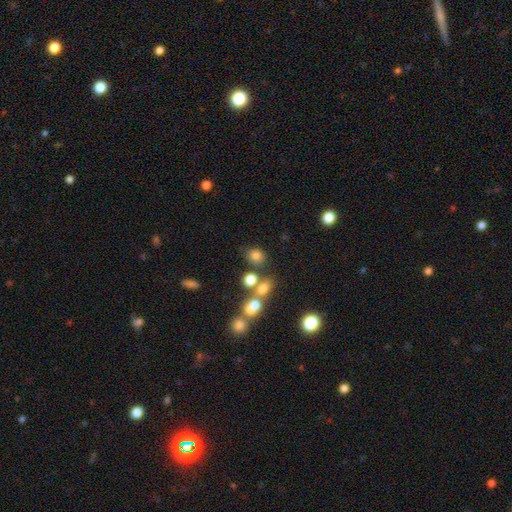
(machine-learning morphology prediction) Smooth or featured: smooth — 75% (star or artifact — 16%)
How rounded: round — 66% (in between — 32%)
Merging: none — 66% (merger — 18%)